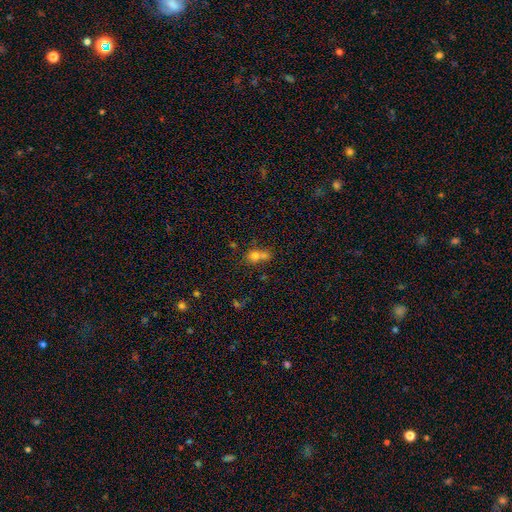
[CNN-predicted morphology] This appears to be a smooth galaxy with no disk features (71%) that is round (70%). Merging: merger (56%).